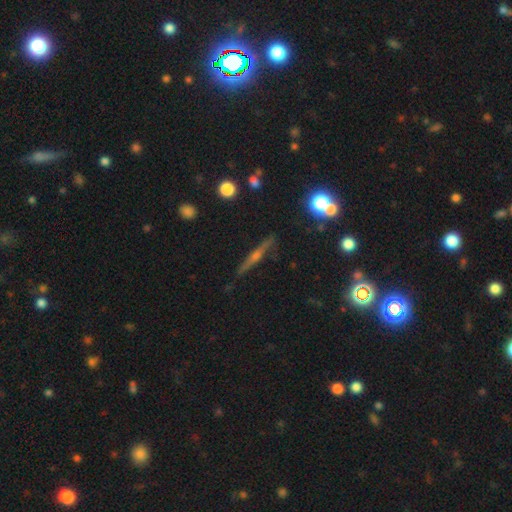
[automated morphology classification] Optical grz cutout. It shows a featured or disk galaxy (70%) viewed edge-on (97%) with a rounded central bulge (82%). Merging: none (87%).